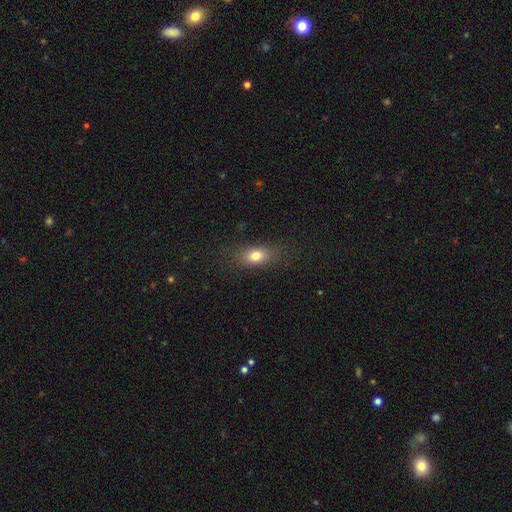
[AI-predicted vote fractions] A smooth galaxy with no disk features (77%) that is in between round and cigar-shaped (74%). Merging: none (81%).